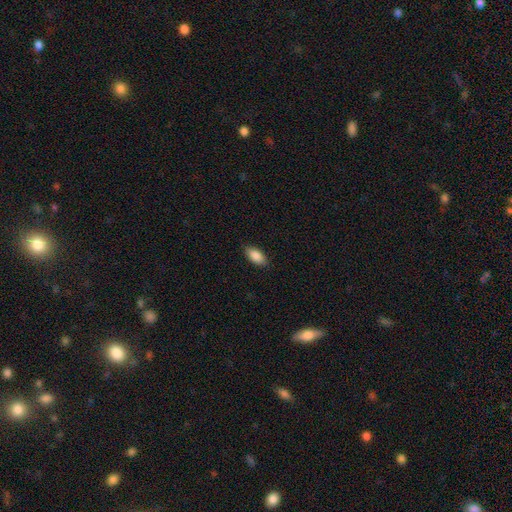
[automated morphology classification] type=smooth (88%); roundness=in between (91%); merging=none (85%).